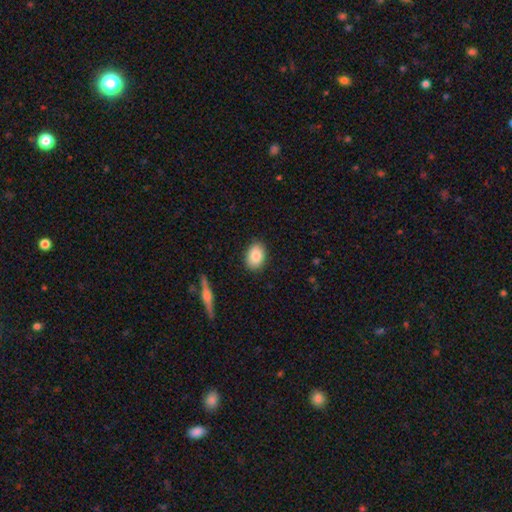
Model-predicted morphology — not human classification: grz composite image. It shows a smooth galaxy with no disk features (85%) that is in between round and cigar-shaped (82%). Merging: none (86%).